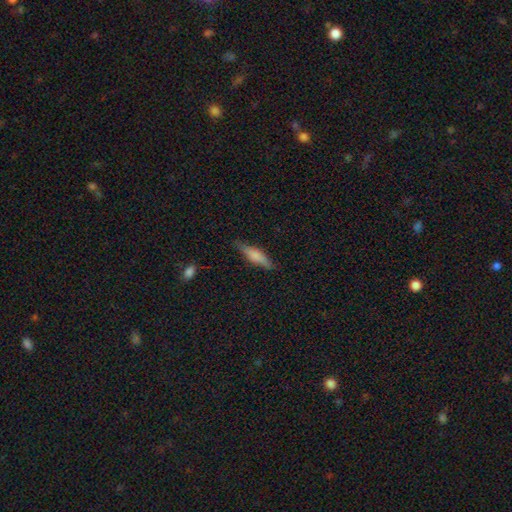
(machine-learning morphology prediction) Smooth or featured? smooth (70%)
How rounded? cigar-shaped (66%)
Merging? none (79%)